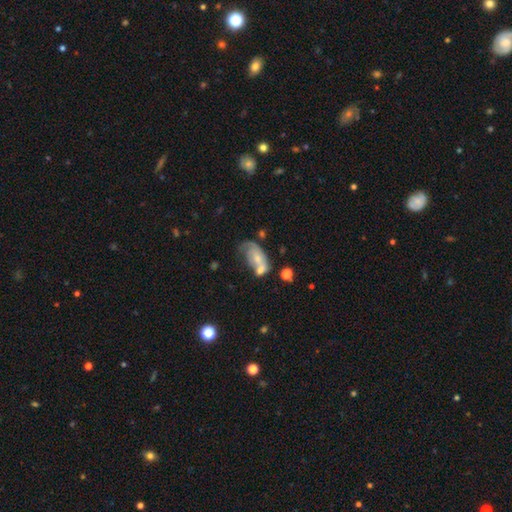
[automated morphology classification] type=smooth (50%); merging=merger (32%).